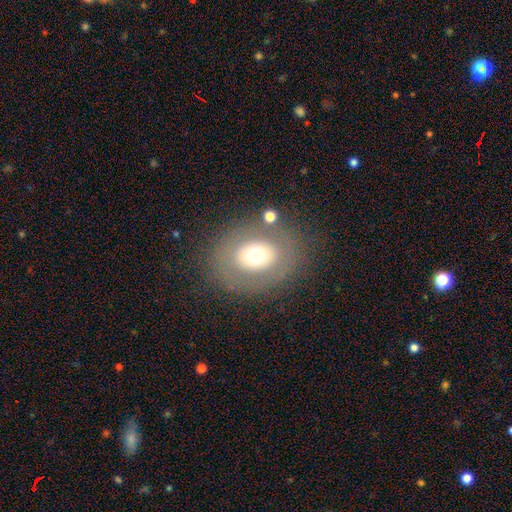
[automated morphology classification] This is possibly a smooth galaxy (57%). How rounded: possibly round (52%). Merging: likely none (78%).